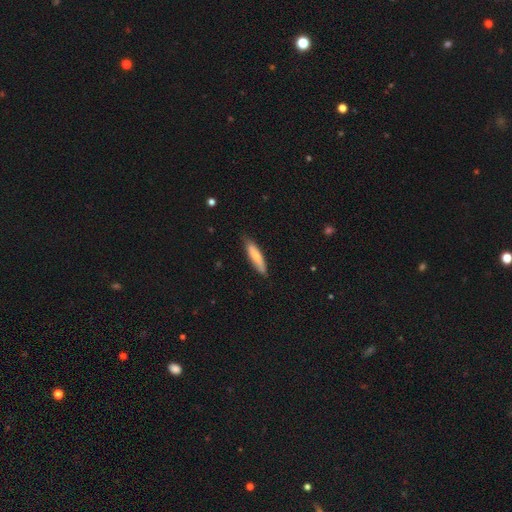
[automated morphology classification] Smooth or featured?
  - smooth: 73% *
  - featured or disk: 21%
  - star or artifact: 5%
How rounded?
  - cigar-shaped: 76% *
  - in between: 23%
  - round: 1%
Merging?
  - none: 79% *
  - minor disturbance: 17%
  - major disturbance: 2%
  - merger: 1%